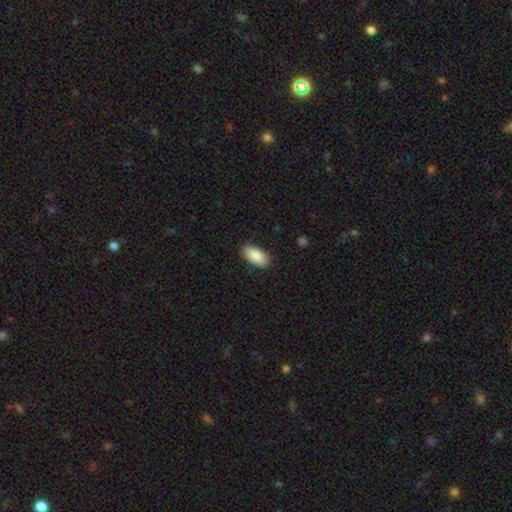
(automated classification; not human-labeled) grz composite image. It shows a smooth galaxy with no disk features (87%) that is in between round and cigar-shaped (94%). Merging: none (82%).